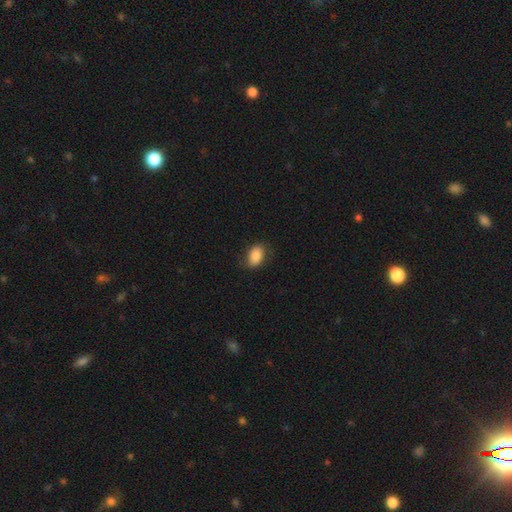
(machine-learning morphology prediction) Smooth or featured? smooth (82%)
How rounded? in between (83%)
Merging? none (77%)